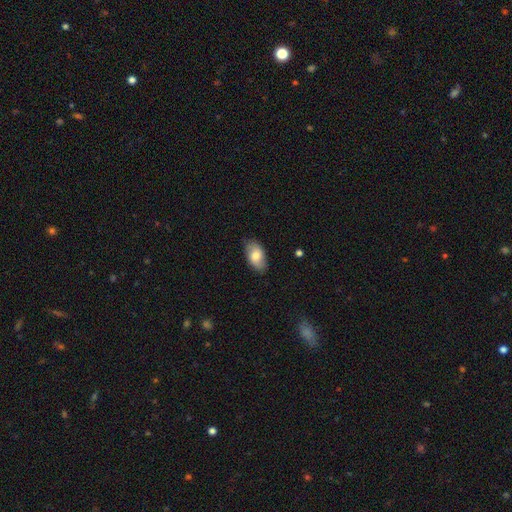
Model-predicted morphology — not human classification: Overall: smooth (73%). How rounded: in between (94%). Merging: none (83%).